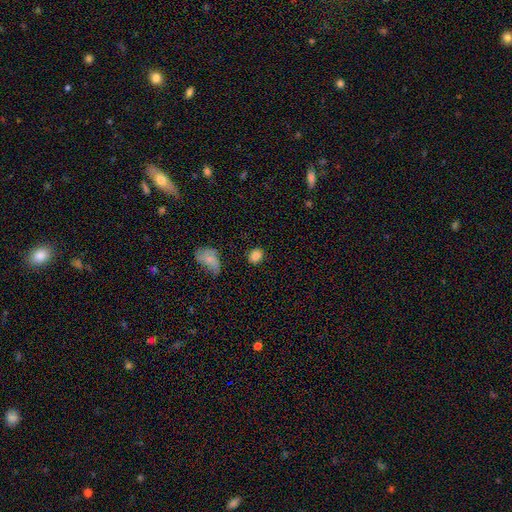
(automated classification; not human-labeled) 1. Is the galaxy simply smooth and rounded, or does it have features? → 84% smooth, 9% star or artifact, 7% featured or disk.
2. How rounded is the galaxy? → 54% round, 45% in between, 1% cigar-shaped.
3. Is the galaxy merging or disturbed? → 83% none, 12% minor disturbance, 4% major disturbance, 2% merger.